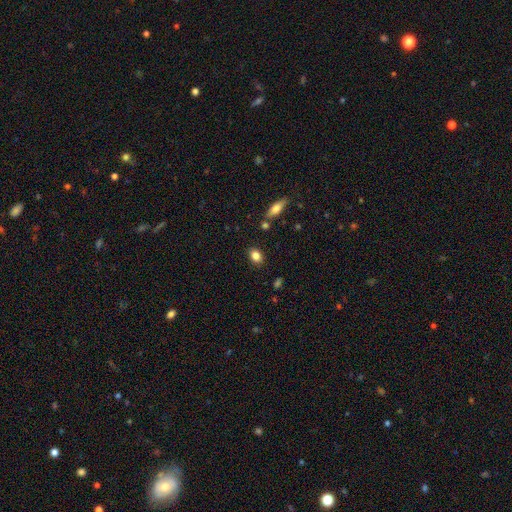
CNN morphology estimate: type=smooth (84%); roundness=in between (66%); merging=none (85%).